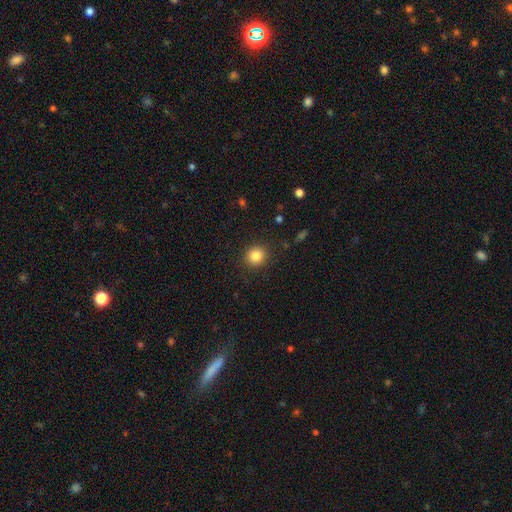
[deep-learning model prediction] Smooth or featured: smooth — 84% (star or artifact — 11%)
How rounded: round — 87% (in between — 12%)
Merging: none — 90% (minor disturbance — 7%)